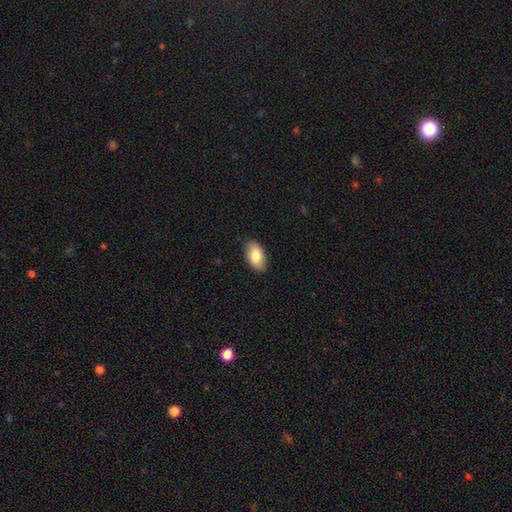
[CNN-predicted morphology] type=smooth (83%); roundness=in between (94%); merging=none (86%).